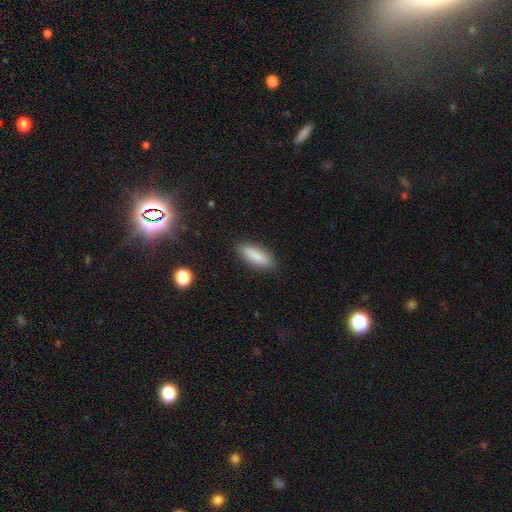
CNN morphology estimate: Q: Smooth or featured?
A: smooth (87%); runner-up: star or artifact (7%)
Q: How rounded?
A: in between (56%); runner-up: cigar-shaped (43%)
Q: Merging?
A: none (88%); runner-up: minor disturbance (9%)